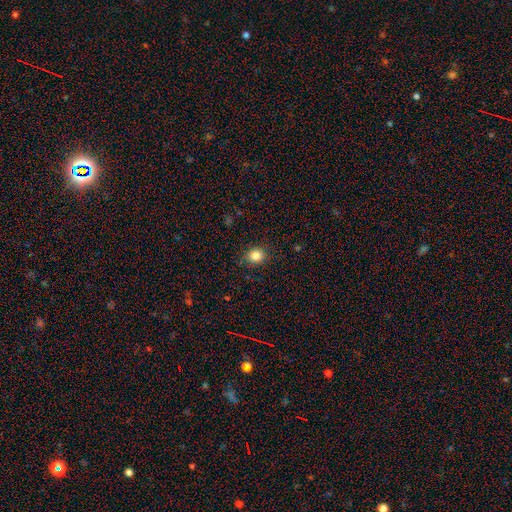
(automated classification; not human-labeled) smooth-or-featured: smooth: 84% | star or artifact: 11% | featured or disk: 5%
  how-rounded: round: 74% | in between: 25% | cigar-shaped: 1%
  merging: none: 86% | minor disturbance: 11% | major disturbance: 3% | merger: 1%